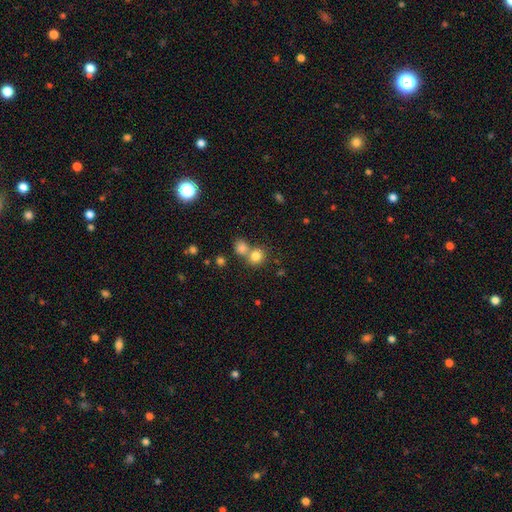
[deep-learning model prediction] smooth-or-featured: smooth: 81% | star or artifact: 12% | featured or disk: 7%
  how-rounded: round: 78% | in between: 21% | cigar-shaped: 1%
  merging: none: 50% | merger: 39% | minor disturbance: 7% | major disturbance: 3%